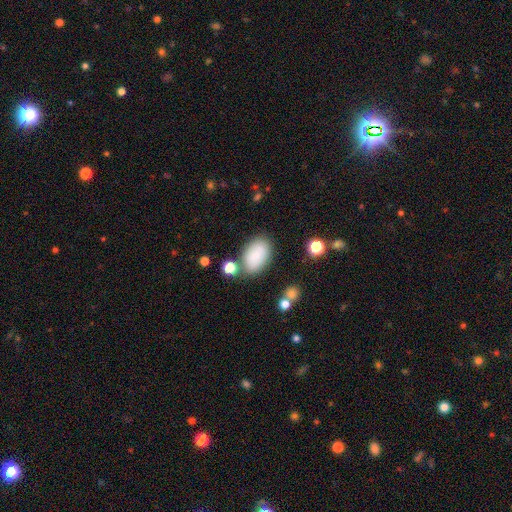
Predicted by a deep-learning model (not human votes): Smooth or featured? smooth (80%)
How rounded? in between (91%)
Merging? none (73%)